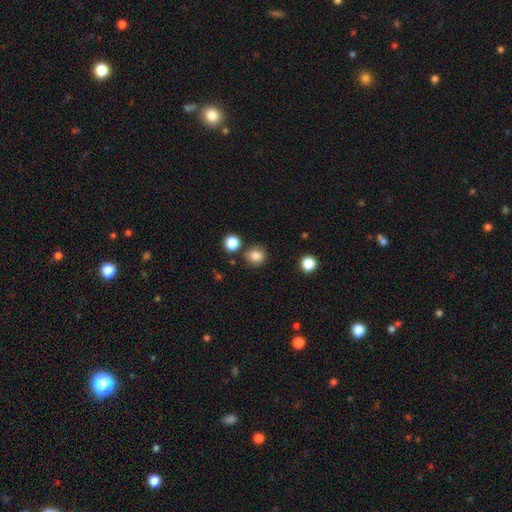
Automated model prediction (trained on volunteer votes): Smooth or featured: smooth — 84% (star or artifact — 12%)
How rounded: round — 84% (in between — 15%)
Merging: none — 81% (minor disturbance — 10%)